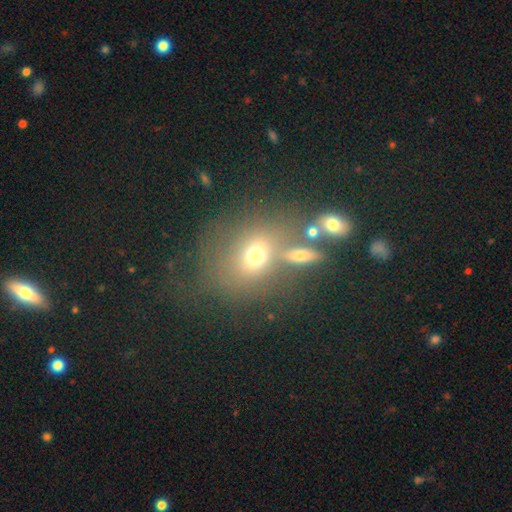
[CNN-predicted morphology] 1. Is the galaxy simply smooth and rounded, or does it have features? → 65% smooth, 20% featured or disk, 15% star or artifact.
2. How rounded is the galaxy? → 49% in between, 48% round, 2% cigar-shaped.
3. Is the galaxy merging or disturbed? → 49% none, 25% merger, 15% minor disturbance, 11% major disturbance.